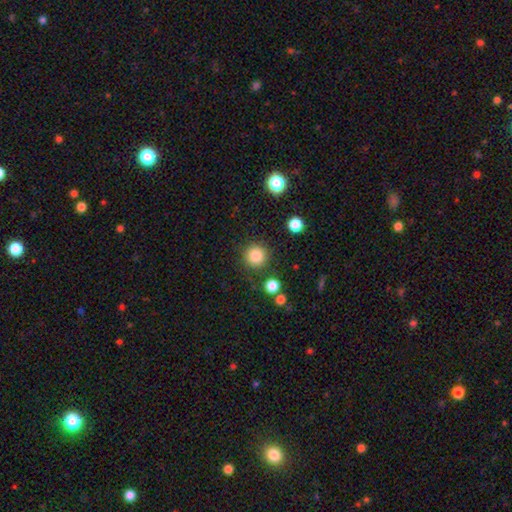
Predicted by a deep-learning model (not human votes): Smooth or featured? Predicted: smooth (p=0.85). How rounded? Predicted: round (p=0.95). Merging? Predicted: none (p=0.87).